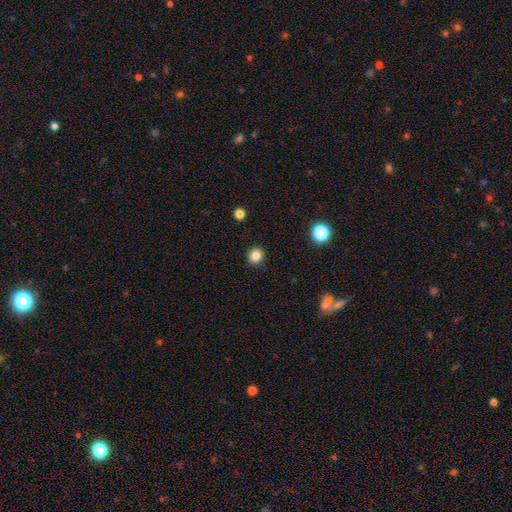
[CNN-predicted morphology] This appears to be a smooth galaxy with no disk features (84%) that is round (84%). Merging: none (92%).